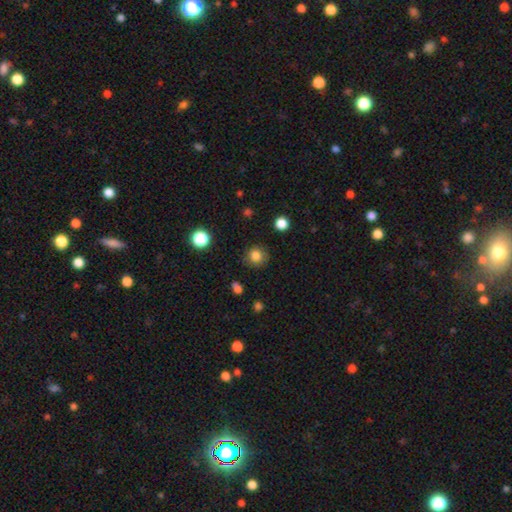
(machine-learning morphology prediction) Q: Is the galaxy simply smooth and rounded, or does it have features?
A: smooth — 83%.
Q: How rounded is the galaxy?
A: round — 90%.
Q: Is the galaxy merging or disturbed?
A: none — 87%.